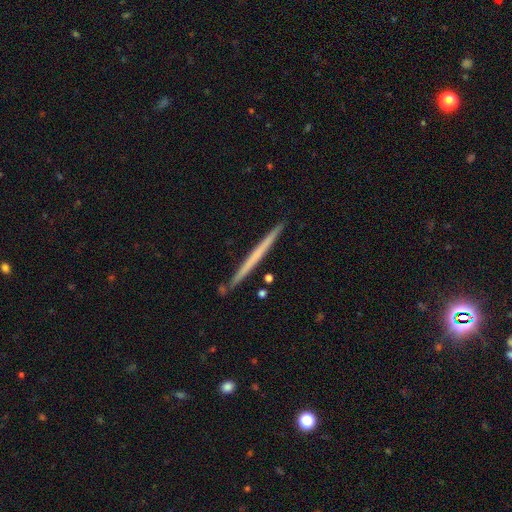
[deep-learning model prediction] Smooth or featured? featured or disk (51%)
Edge-on disk? yes (98%)
Merging? none (90%)